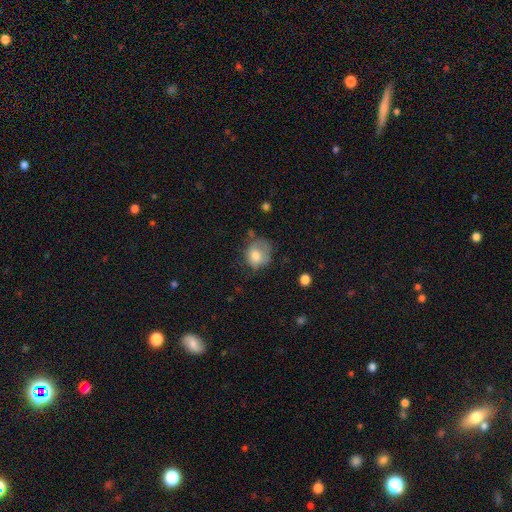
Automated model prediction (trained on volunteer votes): smooth_or_featured: smooth (p=0.74) [alt: featured or disk p=0.17]
how_rounded: round (p=0.61) [alt: in between p=0.38]
merging: none (p=0.40) [alt: minor disturbance p=0.33]